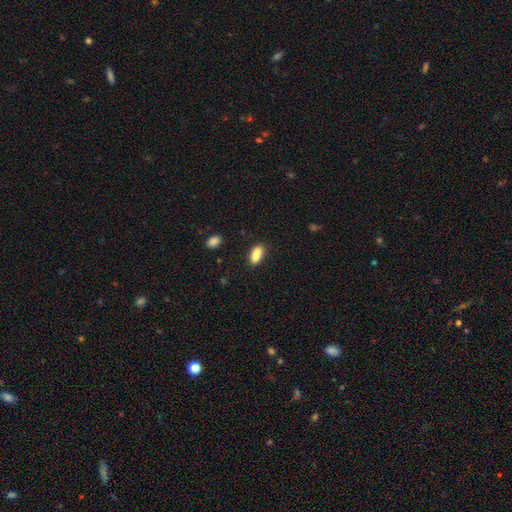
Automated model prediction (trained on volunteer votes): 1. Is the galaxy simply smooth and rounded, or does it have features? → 82% smooth, 10% featured or disk, 8% star or artifact.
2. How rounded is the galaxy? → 85% in between, 10% cigar-shaped, 5% round.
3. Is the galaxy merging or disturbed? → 64% none, 17% minor disturbance, 14% merger, 4% major disturbance.